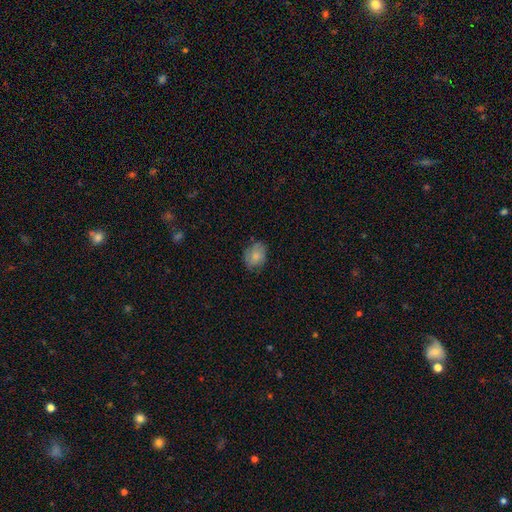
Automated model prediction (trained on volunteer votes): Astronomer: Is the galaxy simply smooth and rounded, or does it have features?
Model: smooth — 79%.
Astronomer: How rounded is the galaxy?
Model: in between — 62%.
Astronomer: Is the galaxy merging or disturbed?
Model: none — 70%.